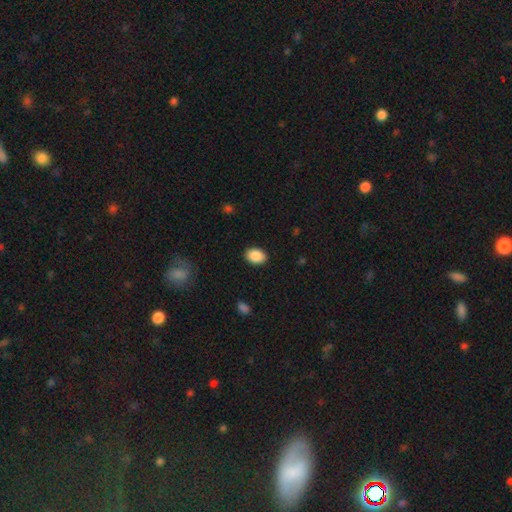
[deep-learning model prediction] This appears to be a smooth galaxy with no disk features (89%) that is in between round and cigar-shaped (78%). Merging: none (89%).